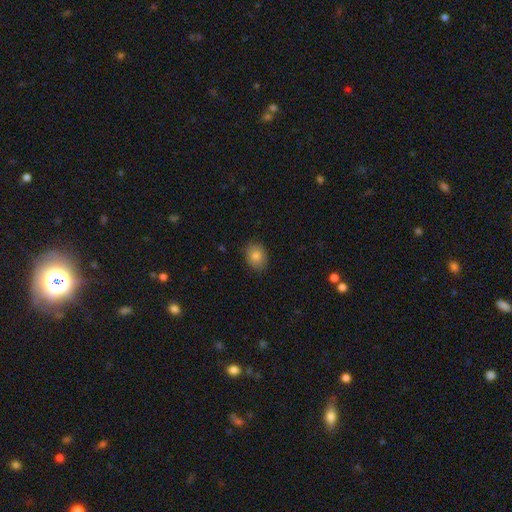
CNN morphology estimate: This is clearly a smooth galaxy (83%). How rounded: possibly in between (59%). Merging: clearly none (84%).